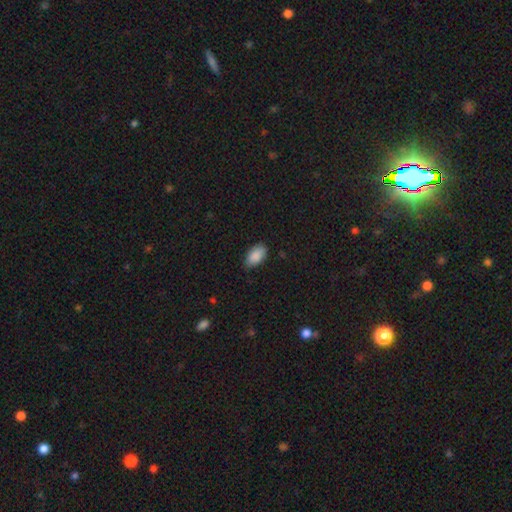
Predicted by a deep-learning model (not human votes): A smooth galaxy with no disk features (89%) that is in between round and cigar-shaped (94%). Merging: none (79%).